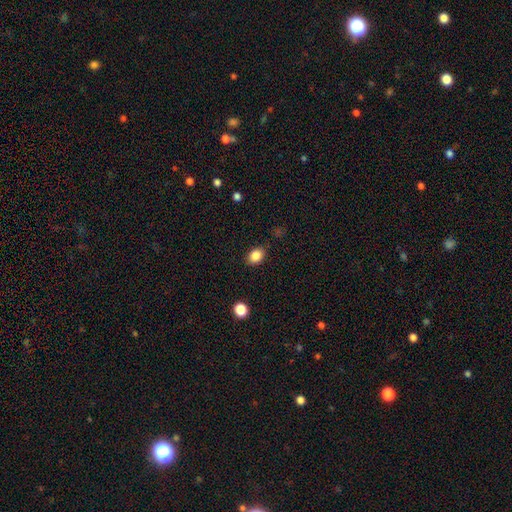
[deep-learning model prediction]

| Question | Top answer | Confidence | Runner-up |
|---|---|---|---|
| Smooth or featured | smooth | 86% | star or artifact (9%) |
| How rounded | in between | 71% | round (28%) |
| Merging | none | 84% | minor disturbance (12%) |